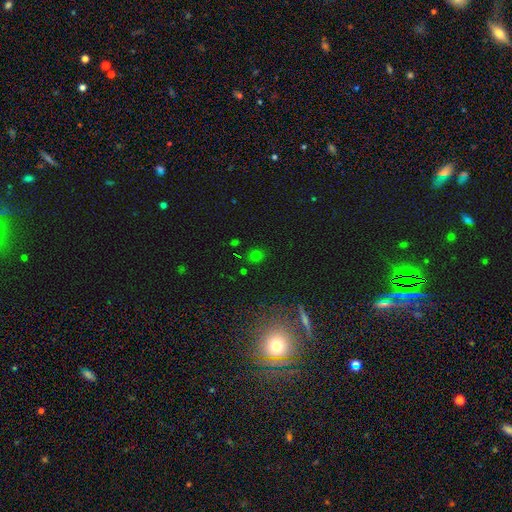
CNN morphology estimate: A smooth galaxy with no disk features (61%) that is round (82%). Merging: none (86%).